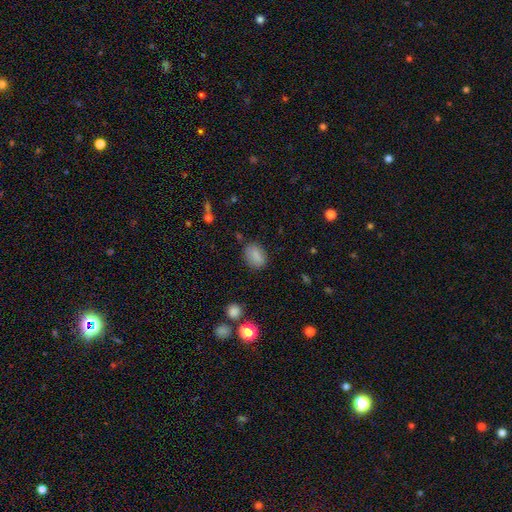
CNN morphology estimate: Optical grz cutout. It shows a smooth galaxy with no disk features (85%) that is in between round and cigar-shaped (79%). Merging: none (80%).